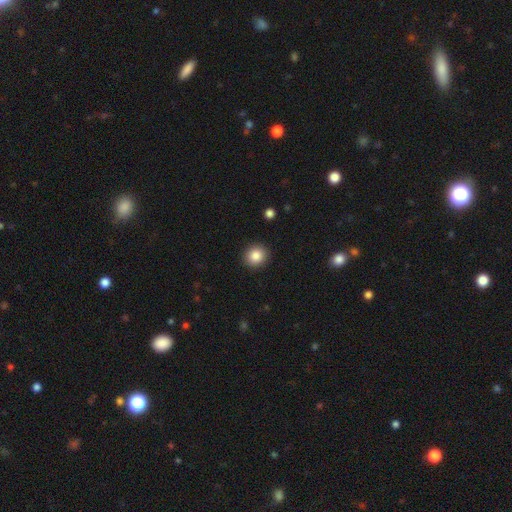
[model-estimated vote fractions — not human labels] smooth 86%, star or artifact 9%, featured or disk 5%. Down the decision tree: how rounded — round (88%); merging — none (91%).